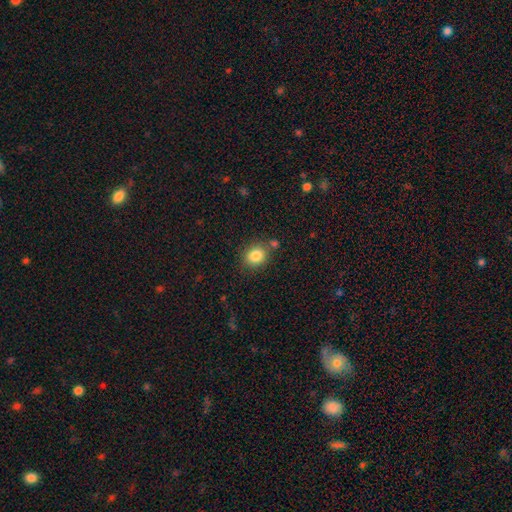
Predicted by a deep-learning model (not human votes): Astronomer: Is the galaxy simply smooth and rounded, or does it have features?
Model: smooth — 84%.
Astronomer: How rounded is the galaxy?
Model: round — 64%.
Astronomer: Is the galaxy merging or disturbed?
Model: none — 73%.